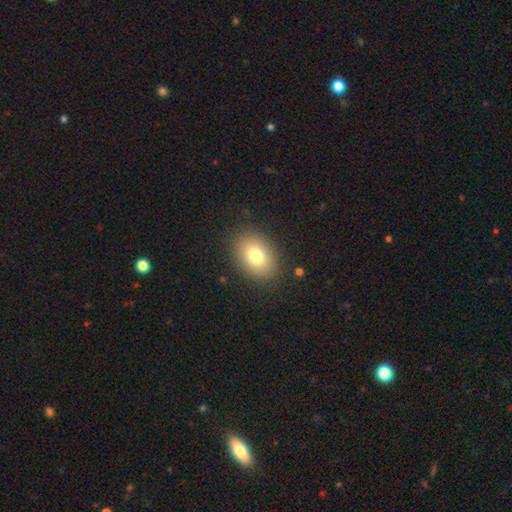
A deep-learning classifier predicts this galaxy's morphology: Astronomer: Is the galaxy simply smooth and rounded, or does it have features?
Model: smooth — 80%.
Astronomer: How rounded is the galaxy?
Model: in between — 73%.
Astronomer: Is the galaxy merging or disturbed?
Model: none — 87%.